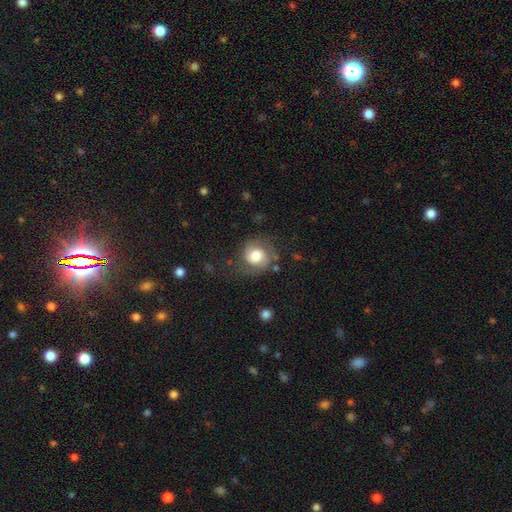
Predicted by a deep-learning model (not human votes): The model was most divided on "smooth or featured": smooth: 54%, featured or disk: 37%, star or artifact: 9%. More confident: how rounded — round (80%); merging — none (61%).